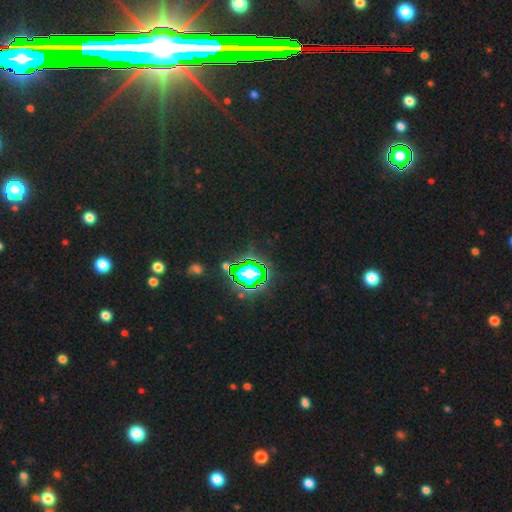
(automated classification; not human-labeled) Morphology: type=star or artifact (85%).